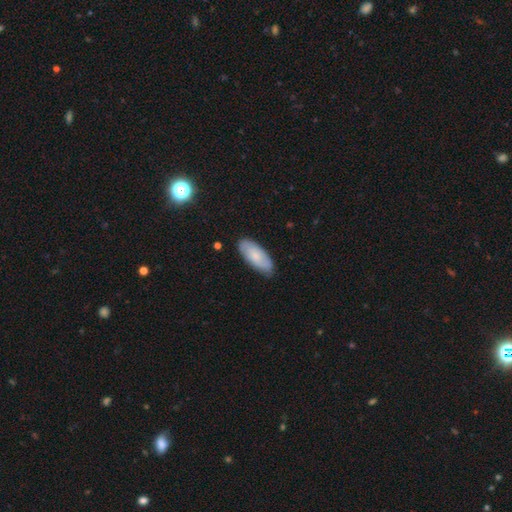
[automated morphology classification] smooth_or_featured: smooth (p=0.63) [alt: featured or disk p=0.31]
how_rounded: in between (p=0.85) [alt: cigar-shaped p=0.13]
merging: none (p=0.82) [alt: minor disturbance p=0.15]